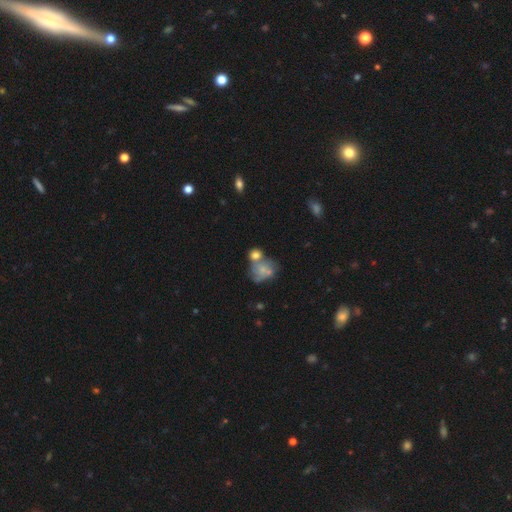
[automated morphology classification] smooth_or_featured: smooth (p=0.60) [alt: featured or disk p=0.27]
how_rounded: round (p=0.62) [alt: in between p=0.37]
merging: merger (p=0.42) [alt: none p=0.34]